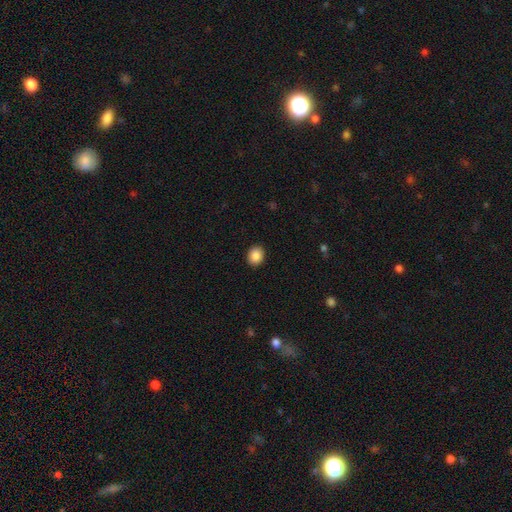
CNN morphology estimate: The model was most divided on "how rounded": round: 58%, in between: 41%, cigar-shaped: 1%. More confident: merging — none (92%); smooth or featured — smooth (88%).